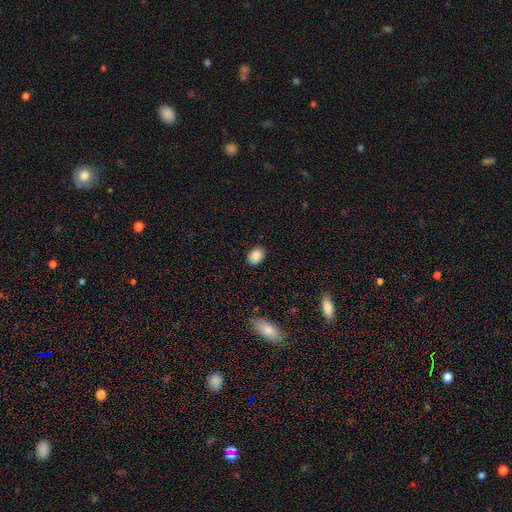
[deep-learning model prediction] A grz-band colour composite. It shows a smooth galaxy with no disk features (88%) that is in between round and cigar-shaped (74%). Merging: none (88%).